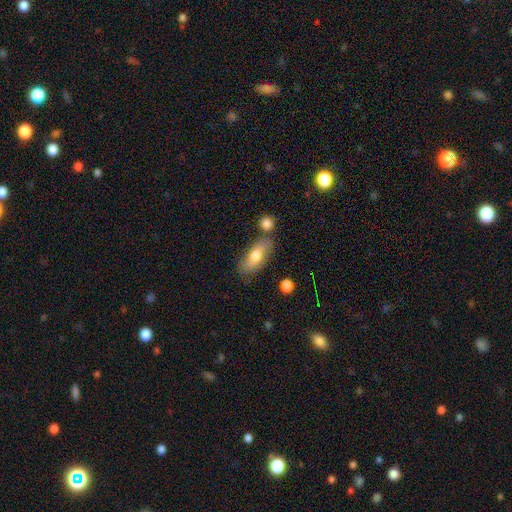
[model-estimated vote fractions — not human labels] Smooth or featured? Predicted: smooth (p=0.70). How rounded? Predicted: in between (p=0.79). Merging? Predicted: none (p=0.72).